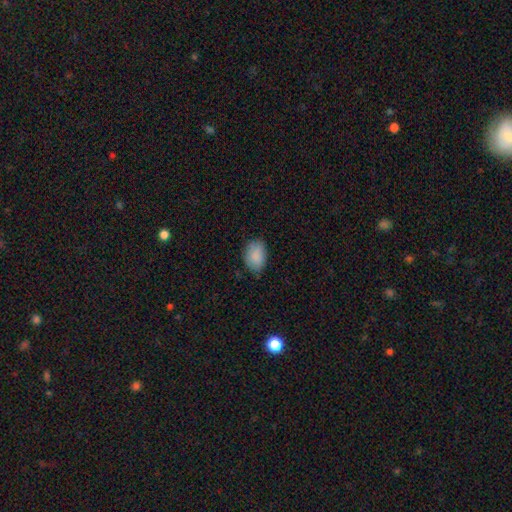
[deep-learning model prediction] smooth 88%, star or artifact 7%, featured or disk 5%. Down the decision tree: how rounded — in between (83%); merging — none (75%).